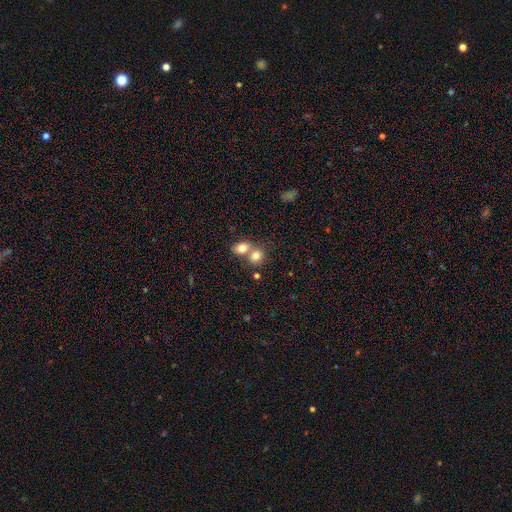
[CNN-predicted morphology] Smooth or featured?
  - smooth: 79% *
  - star or artifact: 10%
  - featured or disk: 10%
How rounded?
  - round: 54% *
  - in between: 45%
  - cigar-shaped: 1%
Merging?
  - merger: 57% *
  - none: 33%
  - minor disturbance: 7%
  - major disturbance: 3%